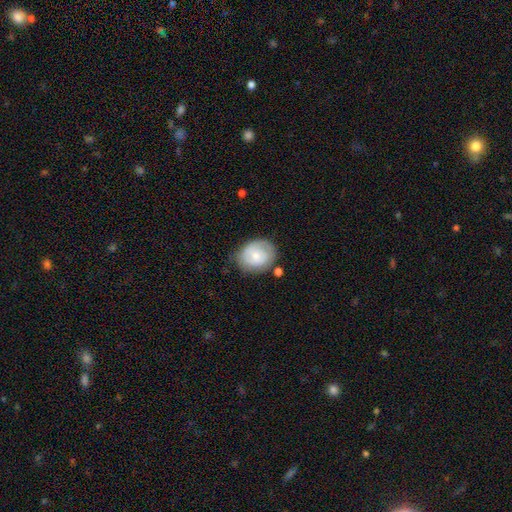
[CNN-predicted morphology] smooth-or-featured: smooth: 61% | featured or disk: 32% | star or artifact: 7%
  how-rounded: round: 61% | in between: 38% | cigar-shaped: 1%
  merging: none: 63% | minor disturbance: 25% | major disturbance: 8% | merger: 5%